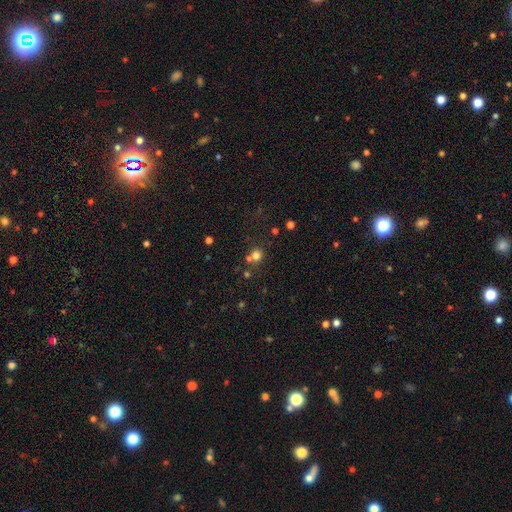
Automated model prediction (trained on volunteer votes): Q: Smooth or featured?
A: smooth (73%); runner-up: star or artifact (19%)
Q: How rounded?
A: round (88%); runner-up: in between (11%)
Q: Merging?
A: none (62%); runner-up: merger (26%)